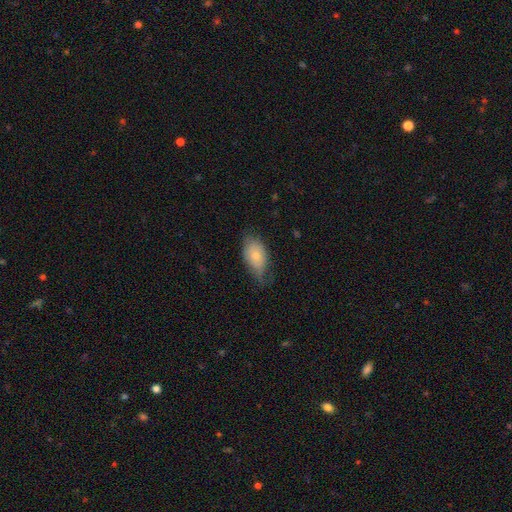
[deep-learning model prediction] The model was most divided on "merging": none: 51%, minor disturbance: 37%, major disturbance: 11%, merger: 1%. More confident: how rounded — in between (92%); smooth or featured — smooth (75%).